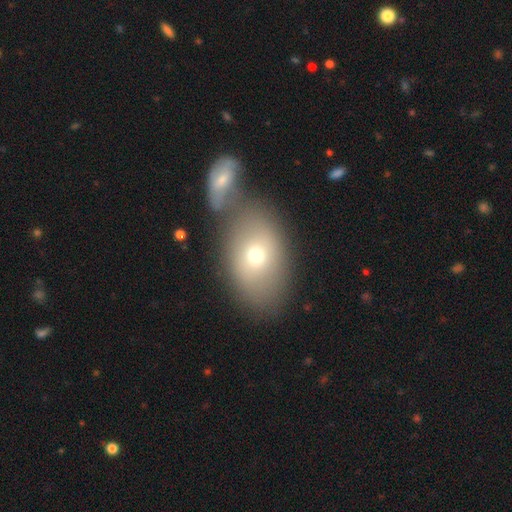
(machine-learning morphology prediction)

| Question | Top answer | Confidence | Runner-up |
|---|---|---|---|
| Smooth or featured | smooth | 67% | featured or disk (24%) |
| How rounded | in between | 80% | round (18%) |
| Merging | none | 48% | merger (36%) |